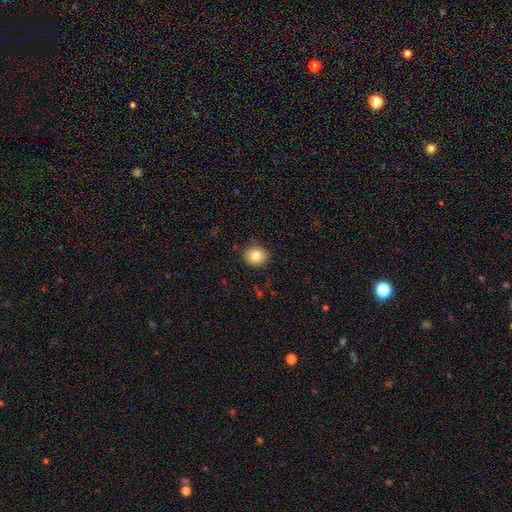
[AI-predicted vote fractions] The model was most divided on "how rounded": round: 79%, in between: 20%, cigar-shaped: 1%. More confident: merging — none (86%); smooth or featured — smooth (80%).